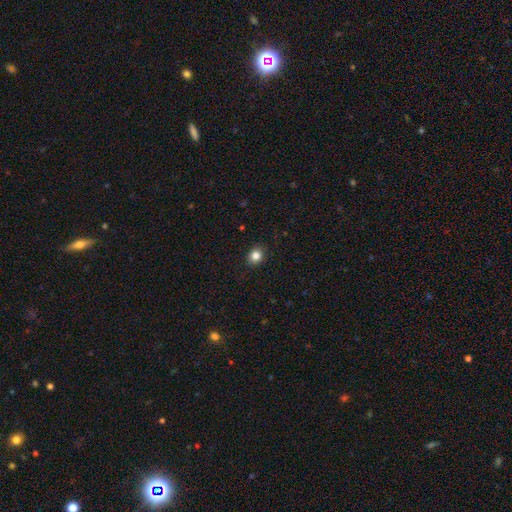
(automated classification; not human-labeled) Smooth or featured? Predicted: smooth (p=0.83). How rounded? Predicted: round (p=0.63). Merging? Predicted: none (p=0.88).